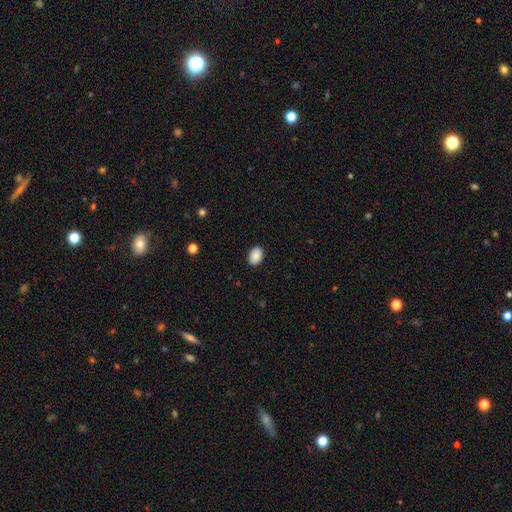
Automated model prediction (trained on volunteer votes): Smooth or featured: smooth — 89% (star or artifact — 8%)
How rounded: in between — 82% (round — 17%)
Merging: none — 89% (minor disturbance — 8%)